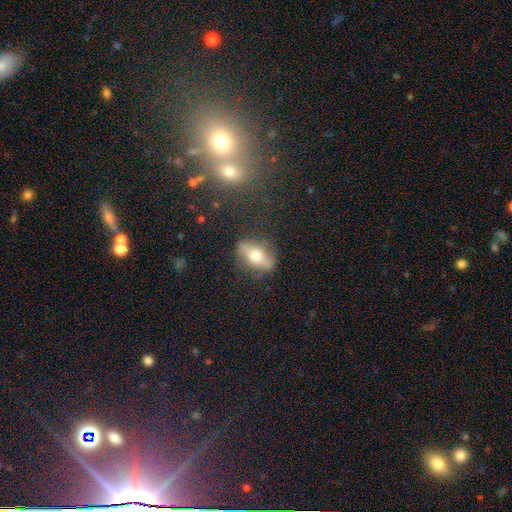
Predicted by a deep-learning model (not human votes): A featured or disk galaxy (47%).

Vote fractions:
- Smooth or featured? featured or disk: 47% / smooth: 44% / star or artifact: 9%
- Merging? none: 80% / minor disturbance: 14% / major disturbance: 5% / merger: 2%